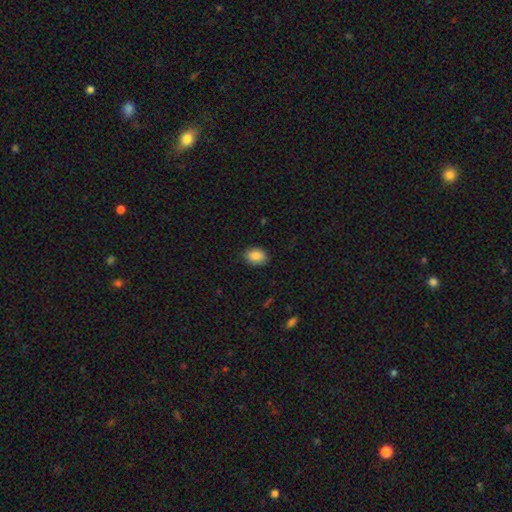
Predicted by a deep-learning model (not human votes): This appears to be a smooth galaxy with no disk features (87%) that is in between round and cigar-shaped (75%). Merging: none (87%).